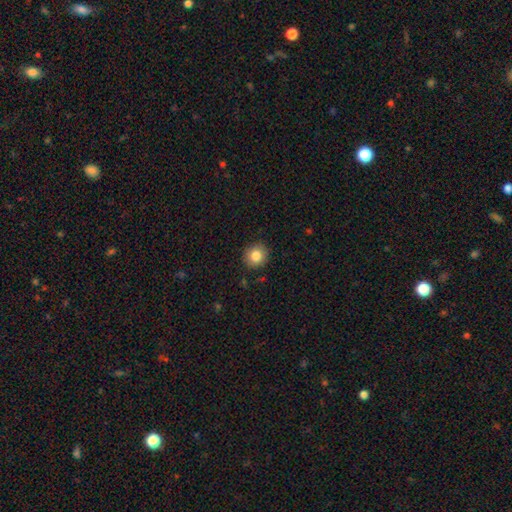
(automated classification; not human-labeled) A smooth galaxy with no disk features (84%) that is round (87%). Merging: none (90%).